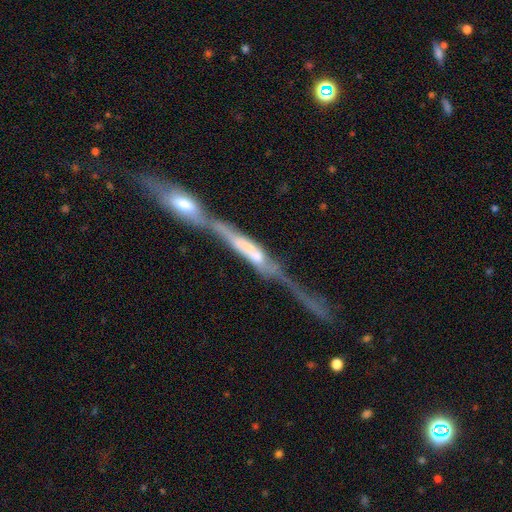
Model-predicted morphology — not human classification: smooth-or-featured: featured or disk: 54% | smooth: 38% | star or artifact: 8%
  disk-edge-on: yes: 65% | no: 35%
  merging: merger: 51% | major disturbance: 20% | none: 18% | minor disturbance: 12%